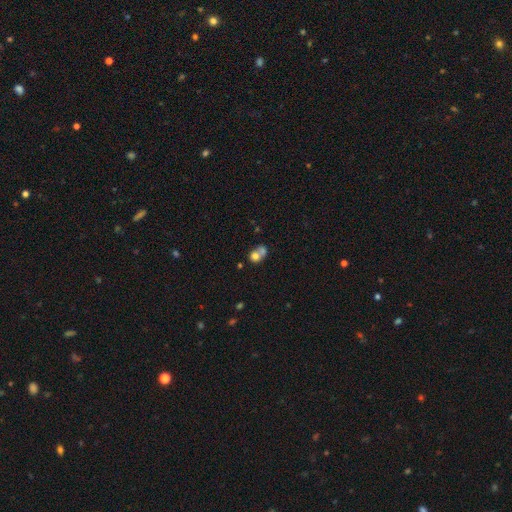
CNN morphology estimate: A smooth galaxy with no disk features (71%) that is round (67%).

Vote fractions:
- Smooth or featured? smooth: 71% / featured or disk: 18% / star or artifact: 11%
- How rounded? round: 67% / in between: 31% / cigar-shaped: 1%
- Merging? merger: 60% / none: 26% / minor disturbance: 8% / major disturbance: 6%